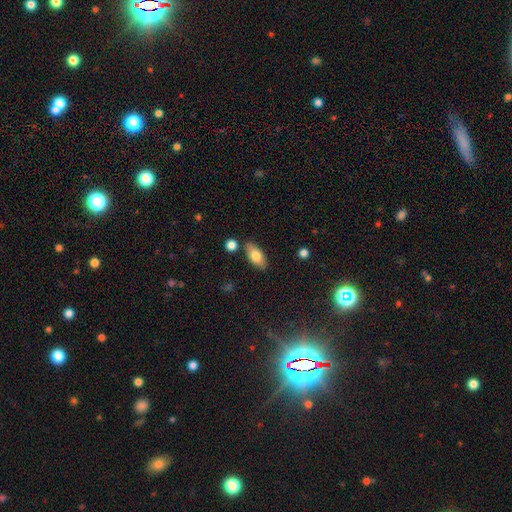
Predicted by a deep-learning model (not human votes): This appears to be a smooth galaxy with no disk features (77%) that is in between round and cigar-shaped (88%). Merging: none (82%).